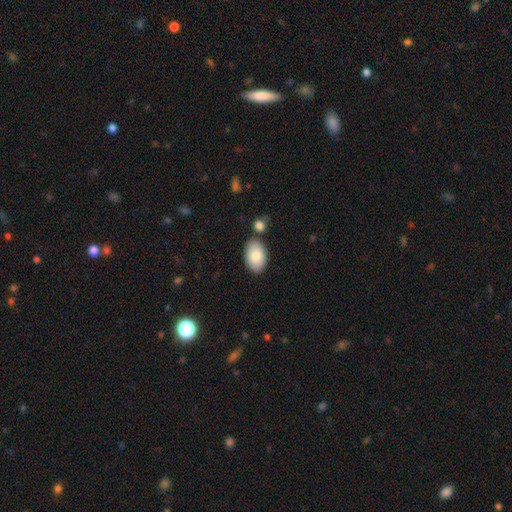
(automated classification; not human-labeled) The model was most divided on "merging": none: 78%, minor disturbance: 11%, merger: 8%, major disturbance: 2%. More confident: how rounded — in between (94%); smooth or featured — smooth (84%).